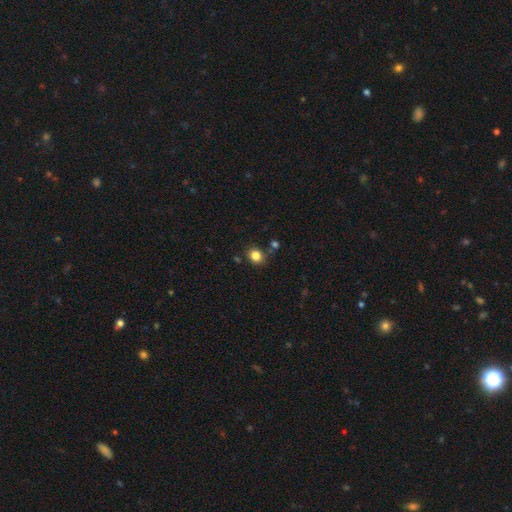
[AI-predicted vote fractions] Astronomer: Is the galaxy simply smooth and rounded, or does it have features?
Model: smooth — 83%.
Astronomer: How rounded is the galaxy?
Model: round — 68%.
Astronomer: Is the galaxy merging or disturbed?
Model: none — 81%.